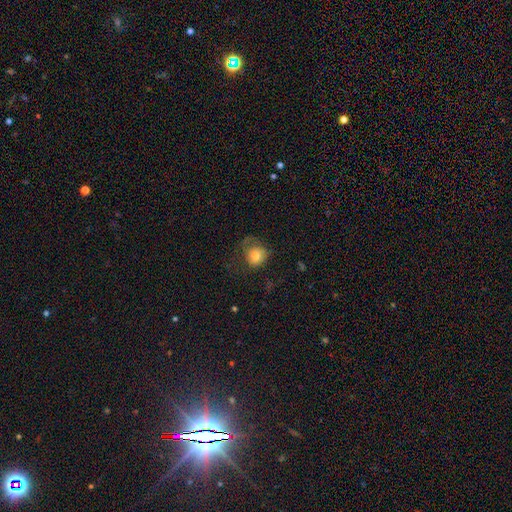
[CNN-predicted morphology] smooth-or-featured: smooth: 74% | featured or disk: 17% | star or artifact: 9%
  how-rounded: round: 78% | in between: 21% | cigar-shaped: 1%
  merging: none: 44% | major disturbance: 31% | minor disturbance: 23% | merger: 2%